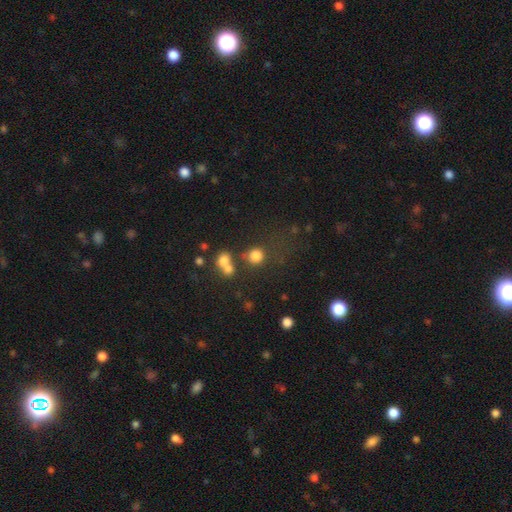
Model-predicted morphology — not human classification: This is likely a smooth galaxy (77%). How rounded: clearly round (84%). Merging: possibly none (58%).